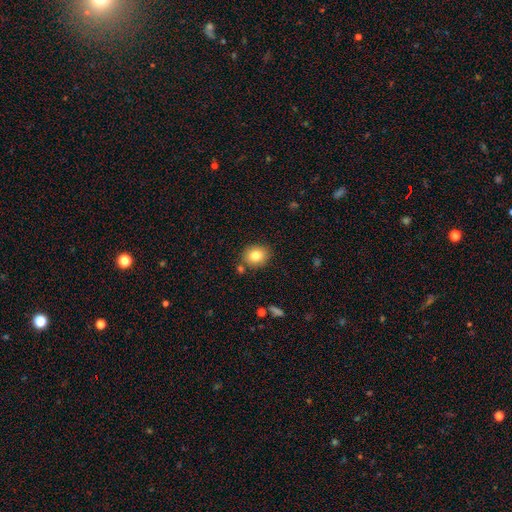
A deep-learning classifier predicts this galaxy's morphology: Overall: smooth (81%). How rounded: round (62%; in between 37%). Merging: none (81%).